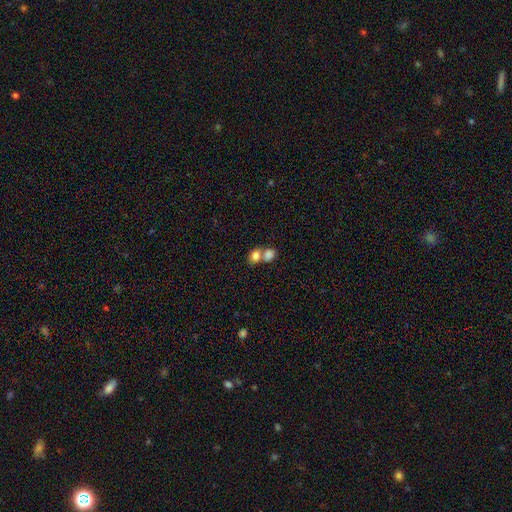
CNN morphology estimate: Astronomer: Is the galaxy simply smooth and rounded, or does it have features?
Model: smooth — 81%.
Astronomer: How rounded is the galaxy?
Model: in between — 58% (runner-up: round, 41%).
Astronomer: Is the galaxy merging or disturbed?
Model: merger — 63%.